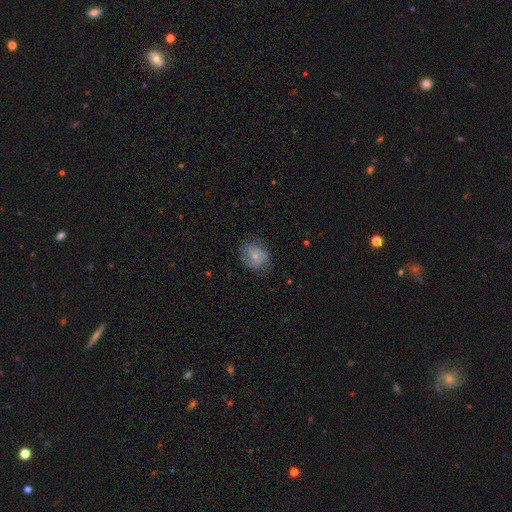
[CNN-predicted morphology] Smooth or featured? smooth (59%)
How rounded? round (65%)
Merging? none (68%)